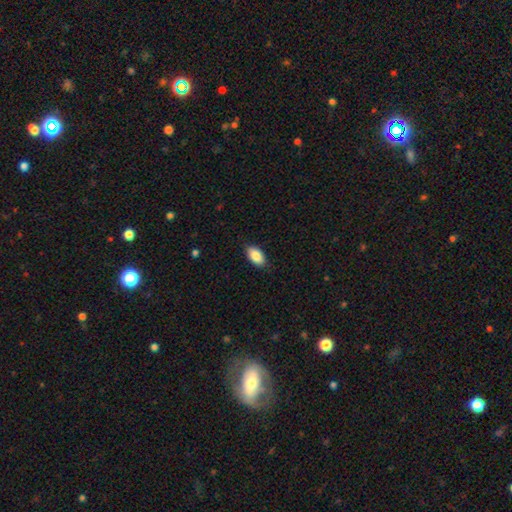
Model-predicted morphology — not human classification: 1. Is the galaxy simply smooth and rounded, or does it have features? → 88% smooth, 7% star or artifact, 5% featured or disk.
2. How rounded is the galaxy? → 94% in between, 4% round, 2% cigar-shaped.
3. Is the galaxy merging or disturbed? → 86% none, 11% minor disturbance, 2% major disturbance, 1% merger.